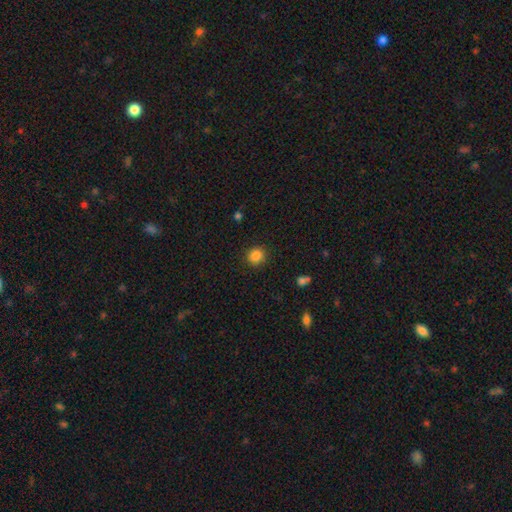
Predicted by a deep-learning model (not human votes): The model was most divided on "smooth or featured": smooth: 85%, star or artifact: 11%, featured or disk: 3%. More confident: how rounded — round (90%); merging — none (90%).